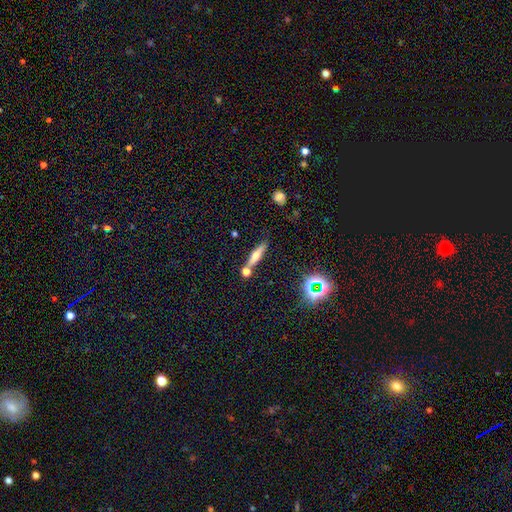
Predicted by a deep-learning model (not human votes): smooth_or_featured: smooth (p=0.48) [alt: featured or disk p=0.39]
merging: none (p=0.70) [alt: merger p=0.15]